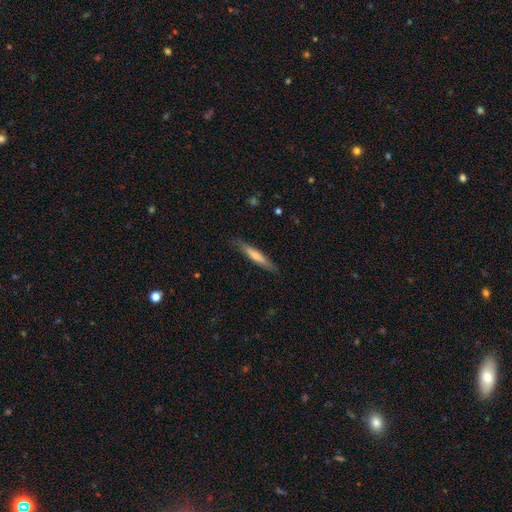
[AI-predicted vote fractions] This appears to be a smooth galaxy with no disk features (60%) that is cigar-shaped (90%). Merging: none (85%).